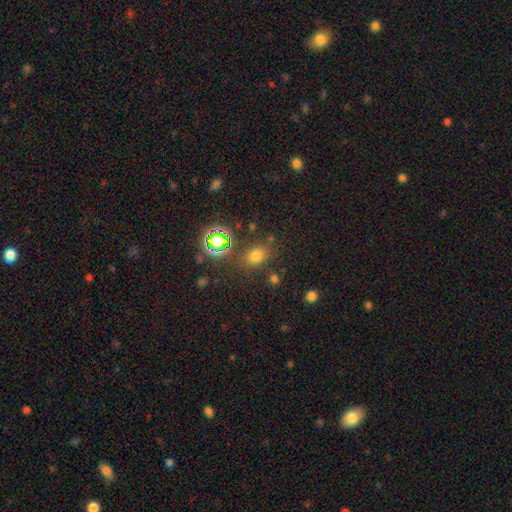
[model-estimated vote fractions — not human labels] smooth_or_featured: smooth (p=0.69) [alt: star or artifact p=0.23]
how_rounded: in between (p=0.55) [alt: round p=0.43]
merging: none (p=0.78) [alt: minor disturbance p=0.12]